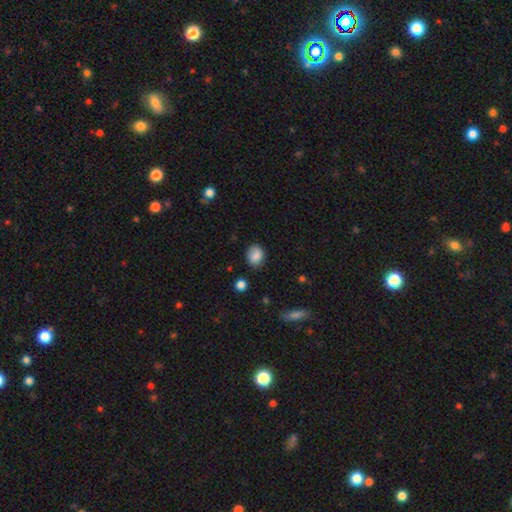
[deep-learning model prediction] The model was most divided on "how rounded": in between: 54%, round: 45%, cigar-shaped: 1%. More confident: smooth or featured — smooth (85%); merging — none (79%).